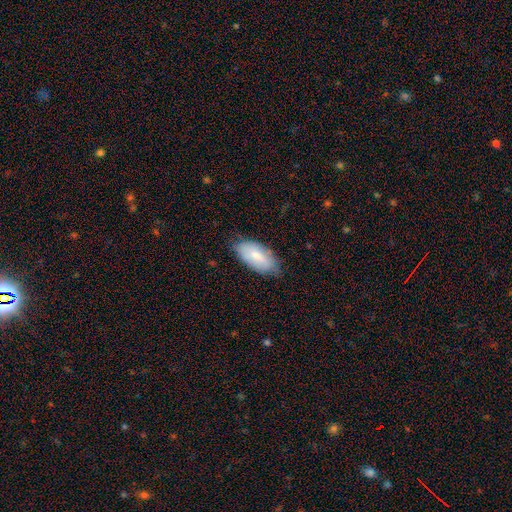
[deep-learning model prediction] Q: Smooth or featured?
A: smooth (76%); runner-up: featured or disk (19%)
Q: How rounded?
A: in between (93%); runner-up: cigar-shaped (5%)
Q: Merging?
A: none (71%); runner-up: minor disturbance (24%)